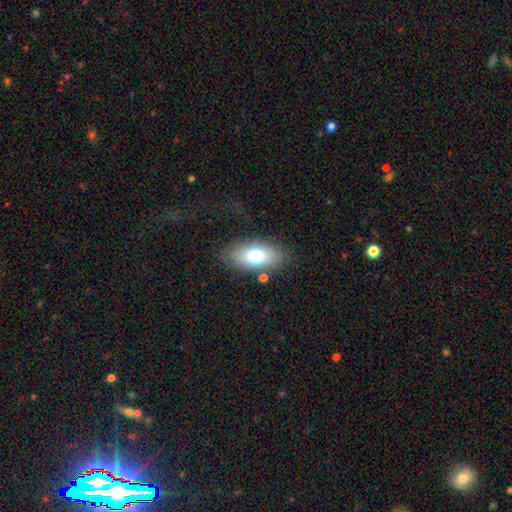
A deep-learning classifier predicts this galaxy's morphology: Smooth or featured?
  - smooth: 73% *
  - featured or disk: 18%
  - star or artifact: 8%
How rounded?
  - in between: 90% *
  - round: 5%
  - cigar-shaped: 5%
Merging?
  - none: 76% *
  - minor disturbance: 13%
  - major disturbance: 6%
  - merger: 5%